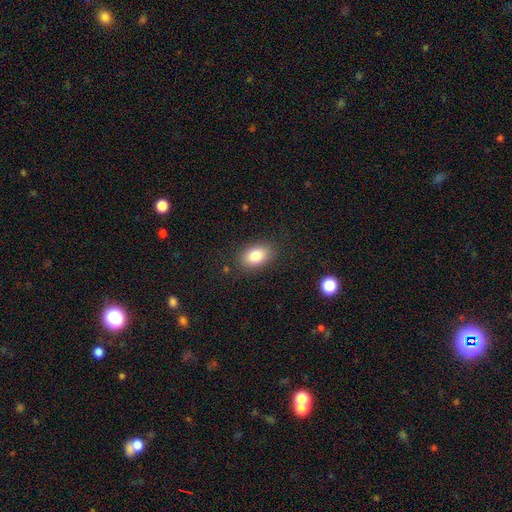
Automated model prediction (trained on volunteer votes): A smooth galaxy with no disk features (82%) that is in between round and cigar-shaped (85%).

Vote fractions:
- Smooth or featured? smooth: 82% / featured or disk: 9% / star or artifact: 9%
- How rounded? in between: 85% / round: 14% / cigar-shaped: 1%
- Merging? none: 85% / minor disturbance: 10% / major disturbance: 3% / merger: 1%